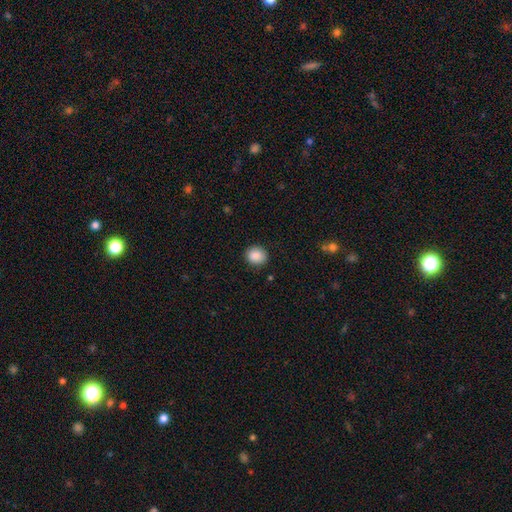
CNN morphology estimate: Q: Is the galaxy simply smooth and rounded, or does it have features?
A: smooth — 89%.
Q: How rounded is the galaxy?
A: round — 80%.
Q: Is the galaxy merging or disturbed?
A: none — 88%.